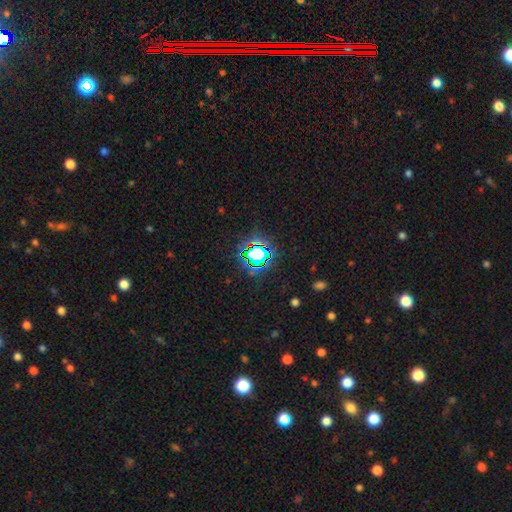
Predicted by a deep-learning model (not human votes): smooth_or_featured: star or artifact (p=0.70) [alt: smooth p=0.19]